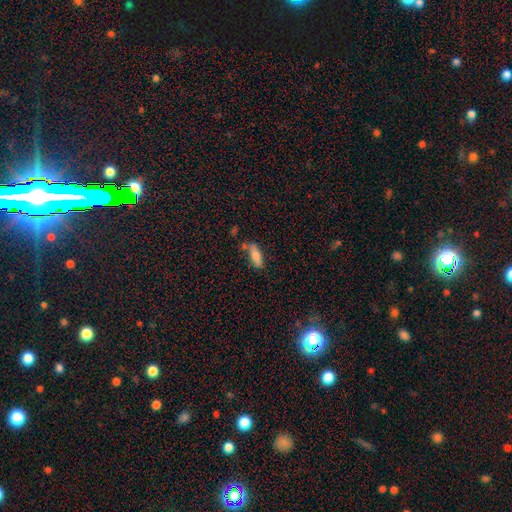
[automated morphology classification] A smooth galaxy with no disk features (73%) that is in between round and cigar-shaped (62%). Merging: none (55%).